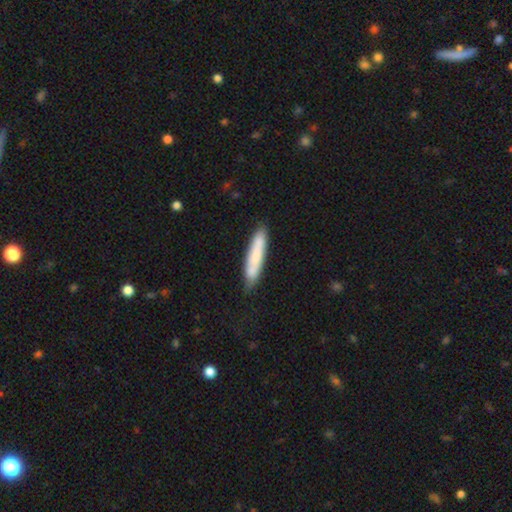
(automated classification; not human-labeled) Smooth or featured? Predicted: smooth (p=0.72). How rounded? Predicted: cigar-shaped (p=0.86). Merging? Predicted: none (p=0.77).